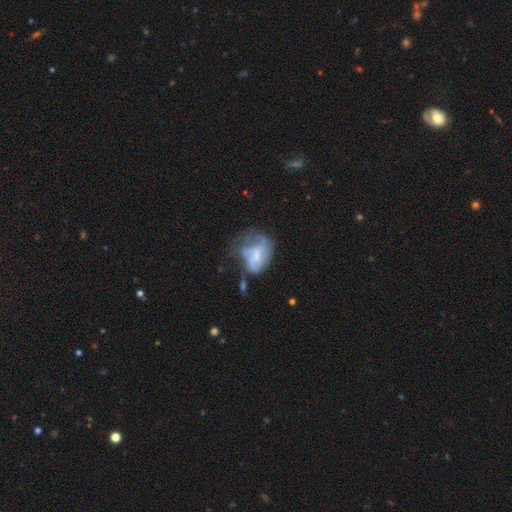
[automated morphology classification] This appears to be a featured or disk galaxy (52%) with no bar (64%), no spiral arms (63%) and a small central bulge (36%). Merging: major disturbance (40%).